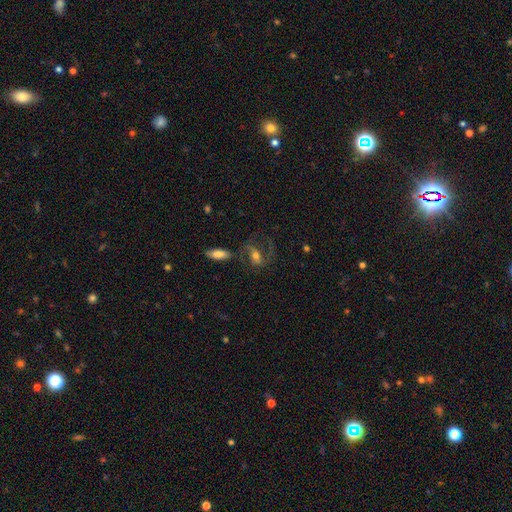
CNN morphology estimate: featured or disk 60%, smooth 30%, star or artifact 10%. Down the decision tree: edge-on disk — no (92%); bar — no (39%); spiral arms — yes (83%); bulge size — moderate (59%); merging — none (56%).